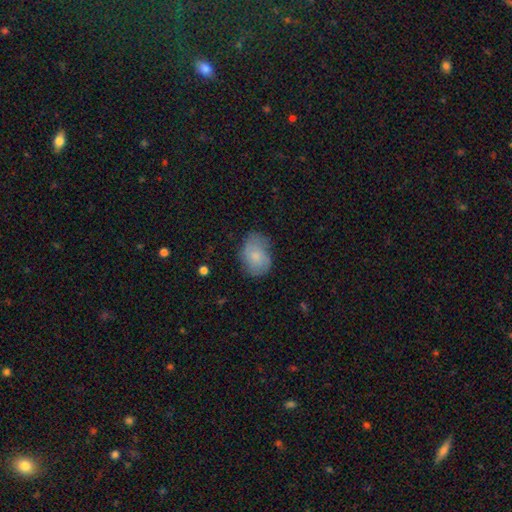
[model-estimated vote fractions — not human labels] Morphology: type=smooth (71%); roundness=in between (74%); merging=none (61%).